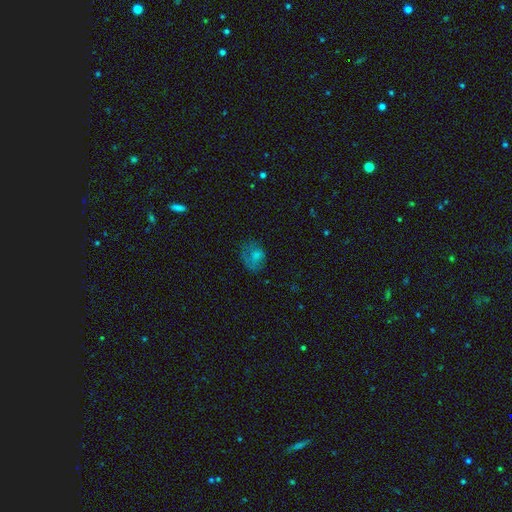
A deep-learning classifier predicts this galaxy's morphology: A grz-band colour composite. It shows a smooth galaxy with no disk features (52%) that is in between round and cigar-shaped (57%). Merging: none (56%).